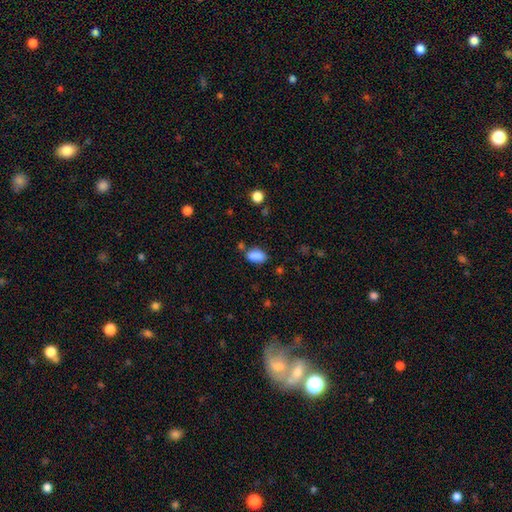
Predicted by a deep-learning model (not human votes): Smooth or featured: smooth — 86% (star or artifact — 9%)
How rounded: in between — 90% (round — 7%)
Merging: none — 67% (minor disturbance — 18%)